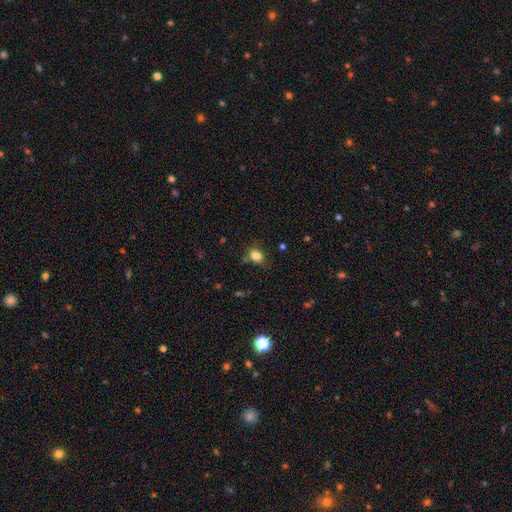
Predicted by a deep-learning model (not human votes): This is clearly a smooth galaxy (83%). How rounded: likely in between (62%). Merging: likely none (70%).